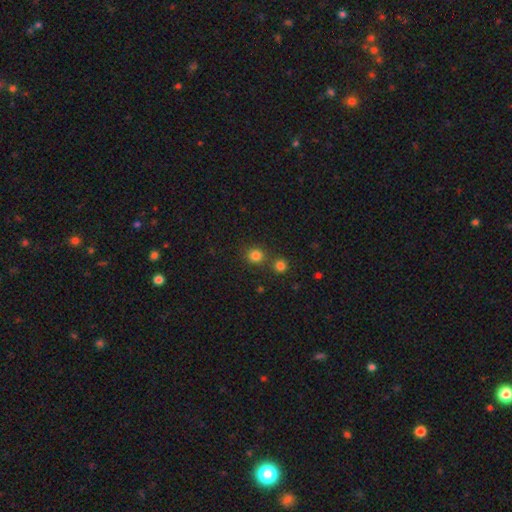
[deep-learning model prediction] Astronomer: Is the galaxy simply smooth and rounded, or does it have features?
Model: smooth — 81%.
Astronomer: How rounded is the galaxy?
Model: round — 87%.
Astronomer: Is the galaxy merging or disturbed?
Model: none — 75%.